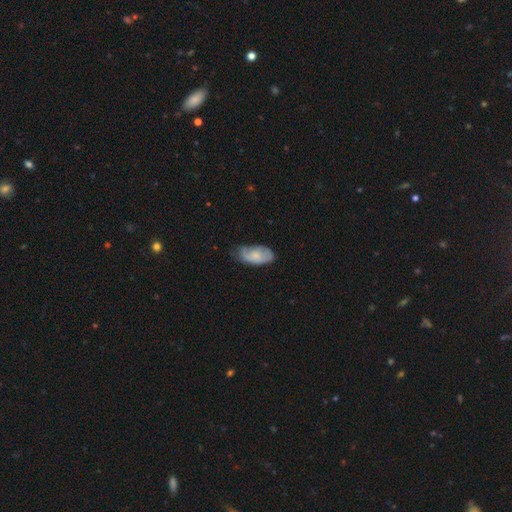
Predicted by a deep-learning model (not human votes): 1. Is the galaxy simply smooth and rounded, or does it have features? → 55% smooth, 38% featured or disk, 6% star or artifact.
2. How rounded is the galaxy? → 93% in between, 4% round, 3% cigar-shaped.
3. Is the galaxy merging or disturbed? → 53% none, 35% minor disturbance, 11% major disturbance, 2% merger.